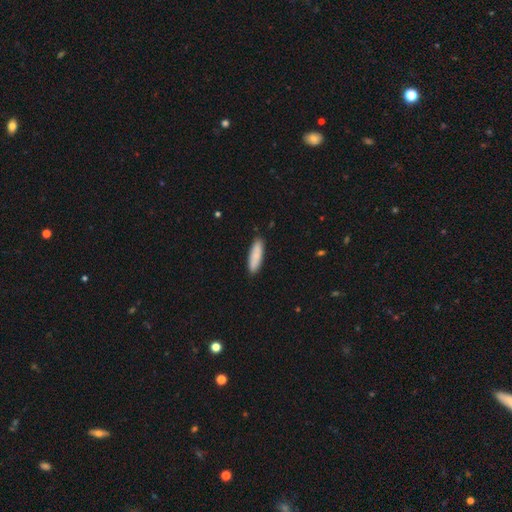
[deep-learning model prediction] smooth-or-featured: smooth: 85% | featured or disk: 9% | star or artifact: 6%
  how-rounded: cigar-shaped: 62% | in between: 37% | round: 1%
  merging: none: 88% | minor disturbance: 9% | major disturbance: 2% | merger: 1%